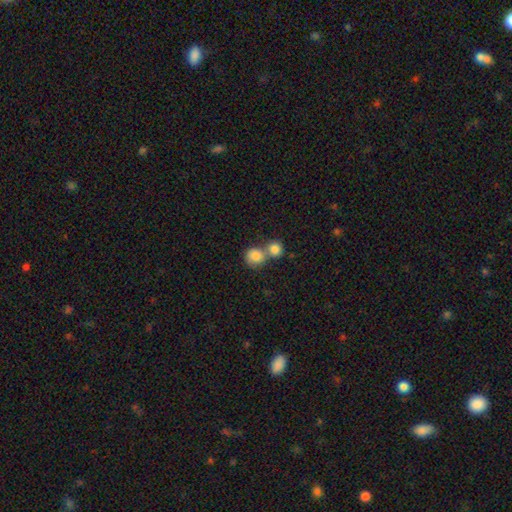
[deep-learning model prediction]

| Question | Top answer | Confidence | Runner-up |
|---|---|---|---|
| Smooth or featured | smooth | 84% | featured or disk (8%) |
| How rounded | round | 84% | in between (15%) |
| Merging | merger | 57% | none (34%) |